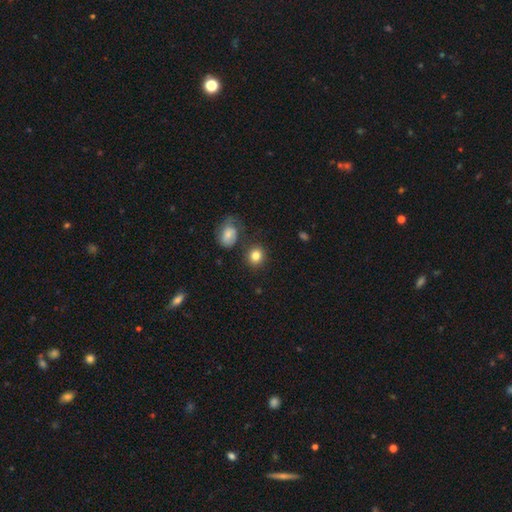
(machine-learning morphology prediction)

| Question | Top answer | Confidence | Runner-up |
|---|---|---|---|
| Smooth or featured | smooth | 83% | star or artifact (10%) |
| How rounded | round | 75% | in between (24%) |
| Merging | none | 81% | minor disturbance (10%) |